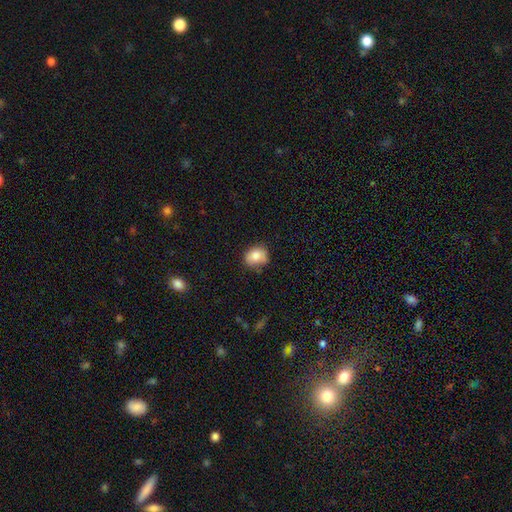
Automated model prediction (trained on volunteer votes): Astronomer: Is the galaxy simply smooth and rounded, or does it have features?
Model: smooth — 82%.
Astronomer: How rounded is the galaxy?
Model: round — 52% (runner-up: in between, 47%).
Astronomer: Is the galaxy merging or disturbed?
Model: none — 63%.